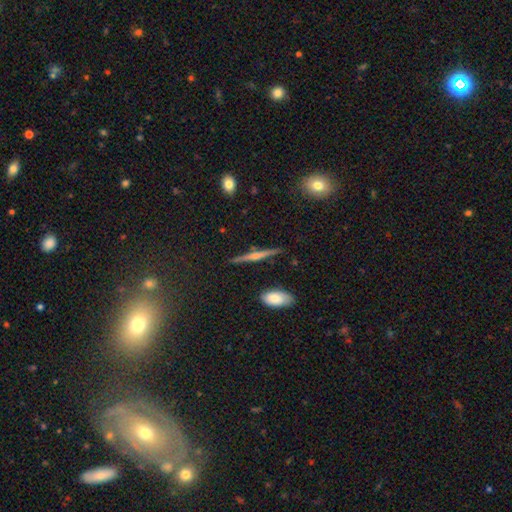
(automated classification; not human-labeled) featured or disk 69%, smooth 21%, star or artifact 10%. Down the decision tree: edge-on disk — yes (97%); edge-on bulge — rounded (81%); merging — none (88%).